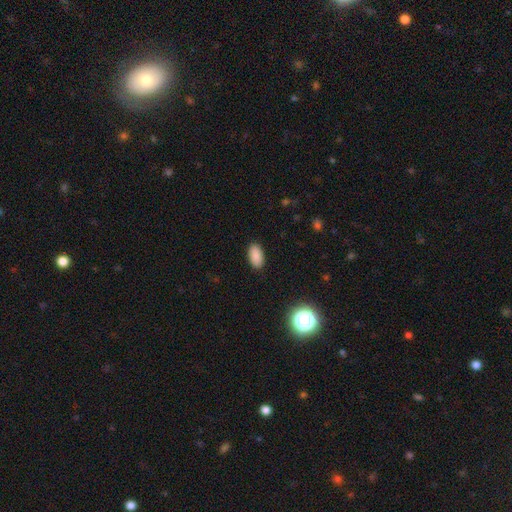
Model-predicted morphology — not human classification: Overall: smooth (88%). How rounded: in between (94%). Merging: none (89%).